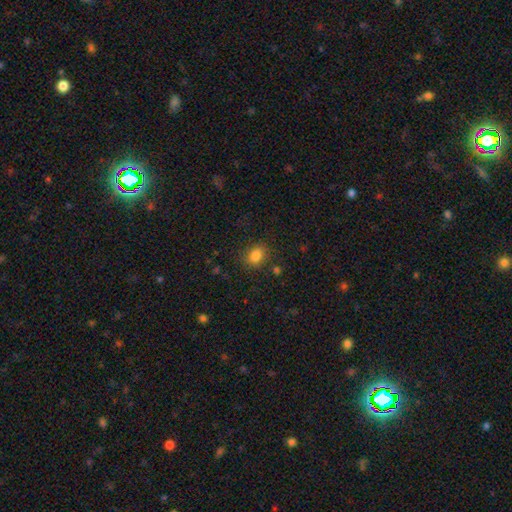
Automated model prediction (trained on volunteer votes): smooth 83%, star or artifact 11%, featured or disk 6%. Down the decision tree: how rounded — in between (59%); merging — none (81%).